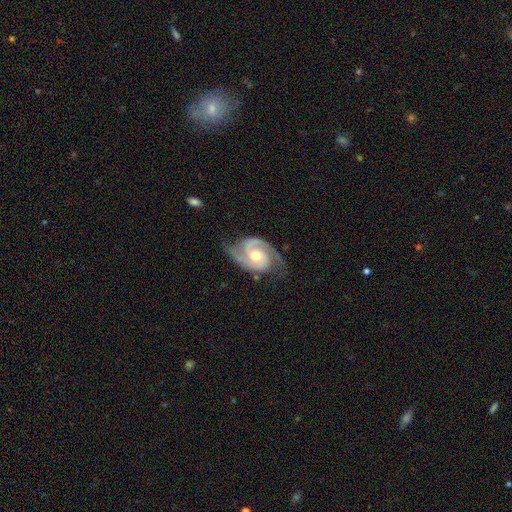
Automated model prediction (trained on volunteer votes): Smooth or featured? Predicted: featured or disk (p=0.92). Edge-on disk? Predicted: no (p=0.97). Bar? Predicted: no (p=0.64). Spiral arms? Predicted: yes (p=0.98). Spiral winding? Predicted: medium (p=0.47). Spiral arm count? Predicted: 2 (p=0.90). Bulge size? Predicted: moderate (p=0.69). Merging? Predicted: none (p=0.71).